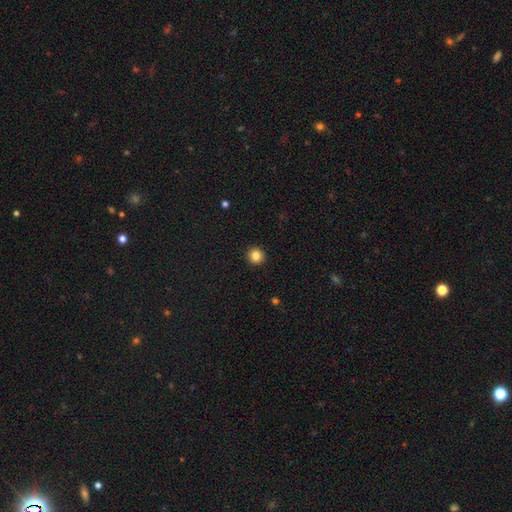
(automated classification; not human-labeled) smooth-or-featured: smooth: 83% | star or artifact: 11% | featured or disk: 6%
  how-rounded: round: 93% | in between: 6% | cigar-shaped: 1%
  merging: none: 93% | minor disturbance: 5% | major disturbance: 2% | merger: 1%